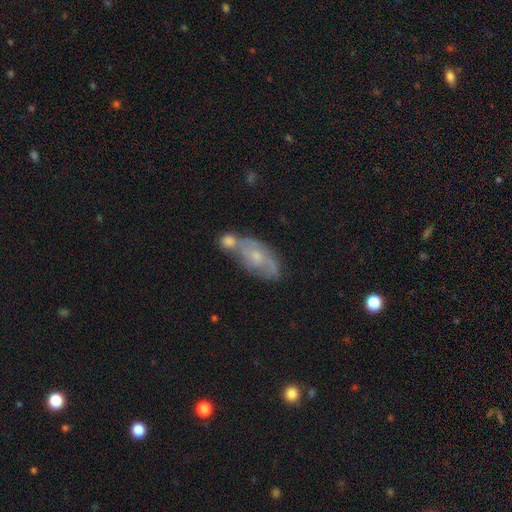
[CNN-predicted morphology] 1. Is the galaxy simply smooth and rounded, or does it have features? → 58% featured or disk, 32% smooth, 10% star or artifact.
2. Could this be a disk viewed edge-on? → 90% no, 10% yes.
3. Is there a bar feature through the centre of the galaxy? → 74% no, 22% weak, 4% strong.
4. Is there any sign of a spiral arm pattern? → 68% yes, 32% no.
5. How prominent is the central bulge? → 58% small, 35% moderate, 4% none, 2% large, 1% dominant.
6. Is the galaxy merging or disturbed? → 39% merger, 37% none, 17% minor disturbance, 7% major disturbance.